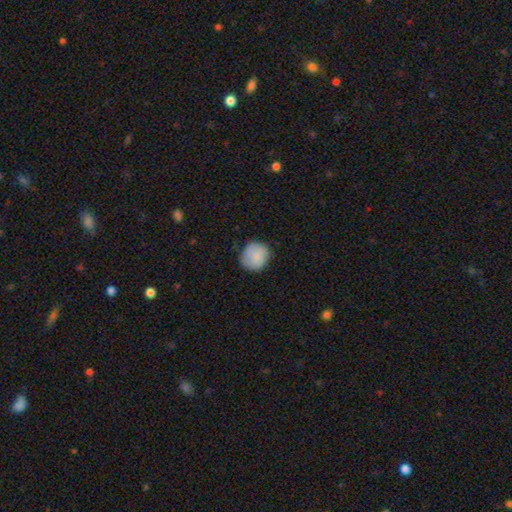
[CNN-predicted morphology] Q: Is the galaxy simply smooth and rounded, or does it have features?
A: smooth — 87%.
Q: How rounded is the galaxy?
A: round — 88%.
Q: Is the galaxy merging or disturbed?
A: none — 80%.